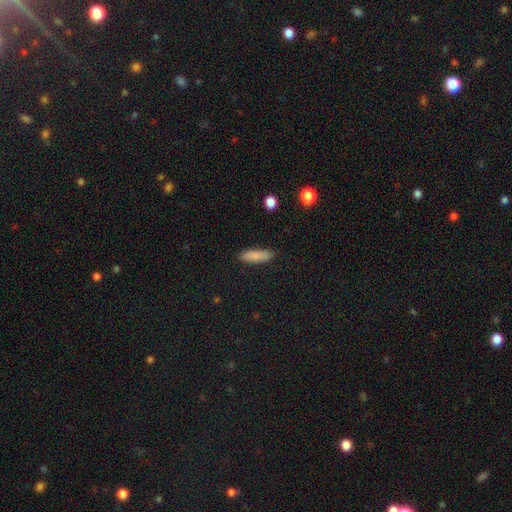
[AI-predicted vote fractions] Smooth or featured? Predicted: smooth (p=0.86). How rounded? Predicted: cigar-shaped (p=0.55). Merging? Predicted: none (p=0.87).